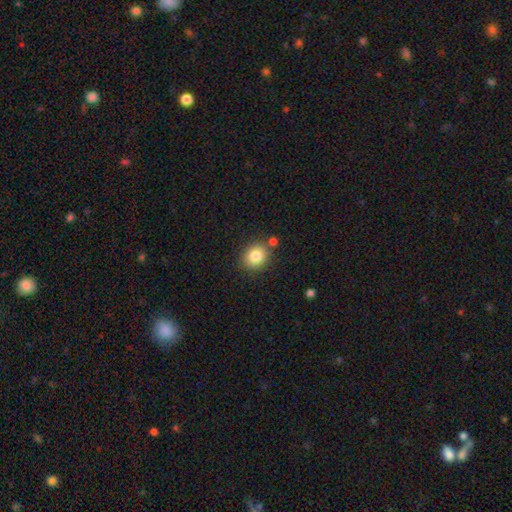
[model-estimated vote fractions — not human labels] This appears to be a smooth galaxy with no disk features (83%) that is round (68%). Merging: none (77%).